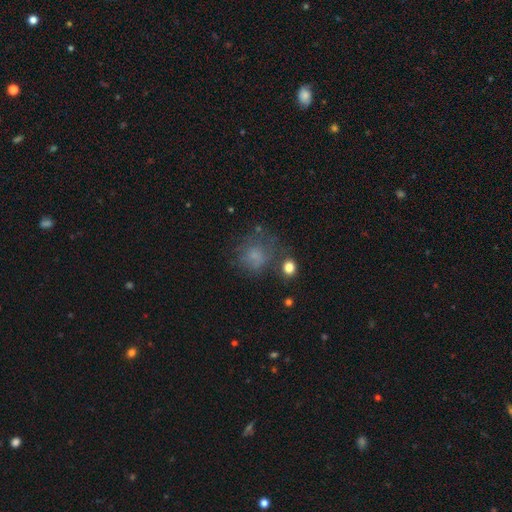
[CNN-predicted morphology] smooth-or-featured: smooth: 64% | featured or disk: 18% | star or artifact: 17%
  how-rounded: round: 77% | in between: 22% | cigar-shaped: 1%
  merging: none: 54% | minor disturbance: 21% | major disturbance: 18% | merger: 7%